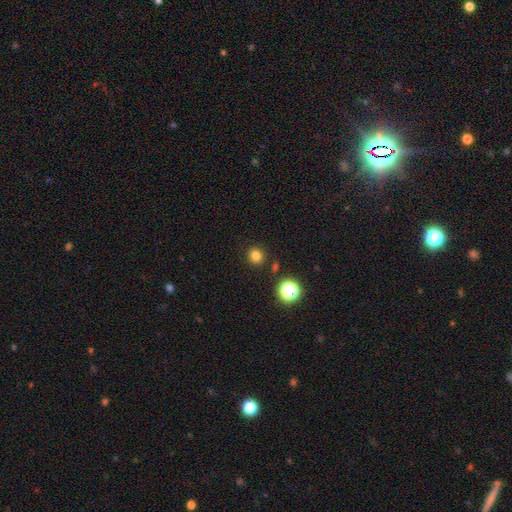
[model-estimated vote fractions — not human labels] Smooth or featured: smooth — 79% (star or artifact — 16%)
How rounded: round — 91% (in between — 8%)
Merging: none — 89% (minor disturbance — 6%)